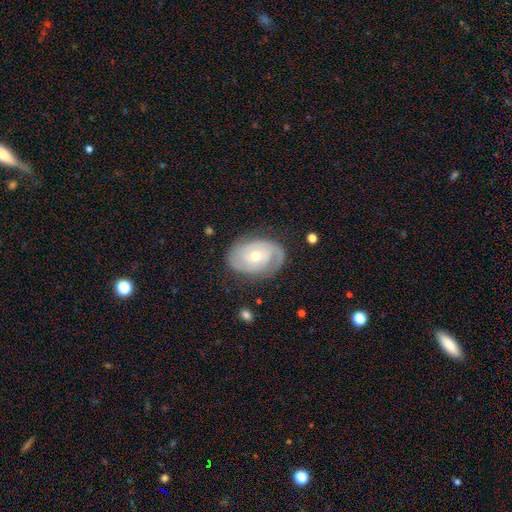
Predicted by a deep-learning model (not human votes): Morphology: type=featured or disk (81%); edge-on=no (96%); bar=no (73%); spiral arms=yes (91%); winding=tight (61%); arm count=2 (56%); bulge=moderate (52%); merging=none (75%).